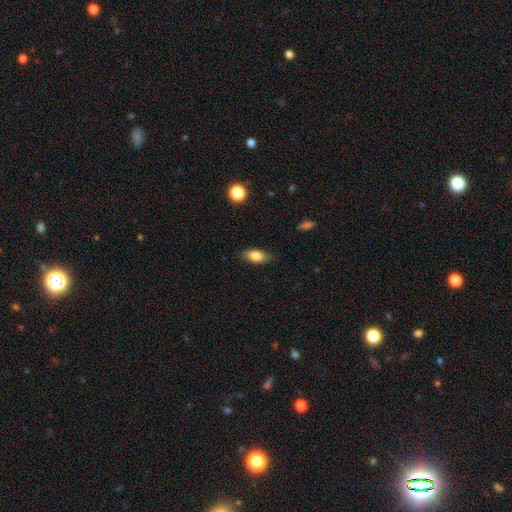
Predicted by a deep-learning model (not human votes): The model was most divided on "merging": none: 81%, minor disturbance: 15%, major disturbance: 3%, merger: 1%. More confident: how rounded — in between (85%); smooth or featured — smooth (82%).